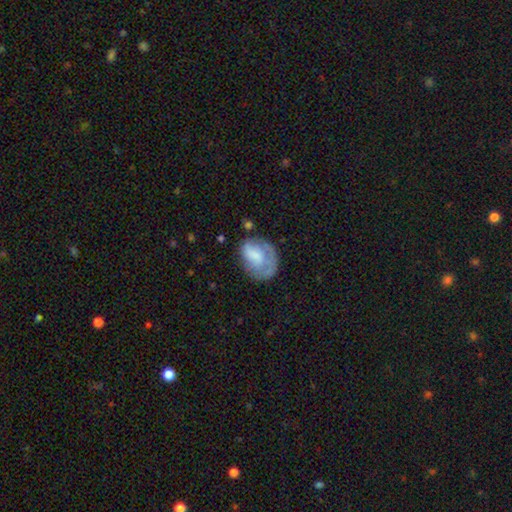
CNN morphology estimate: A smooth galaxy with no disk features (58%) that is in between round and cigar-shaped (65%). Merging: none (44%).